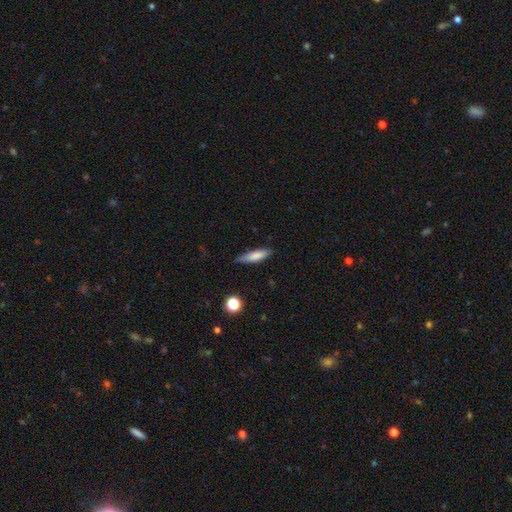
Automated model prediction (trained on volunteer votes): This is likely a smooth galaxy (80%). How rounded: likely cigar-shaped (64%). Merging: likely none (80%).